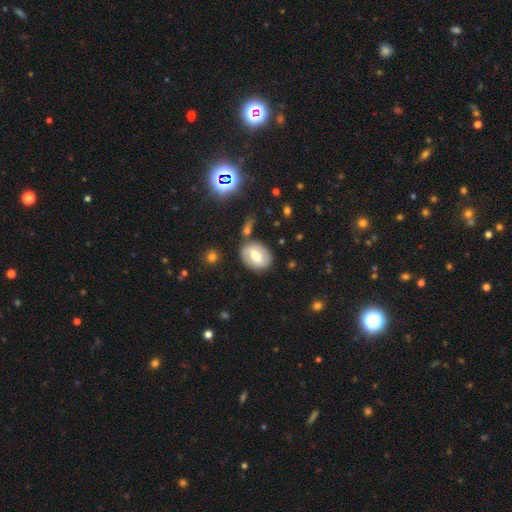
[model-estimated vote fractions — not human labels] This appears to be a smooth galaxy with no disk features (57%) that is in between round and cigar-shaped (73%). Merging: none (73%).